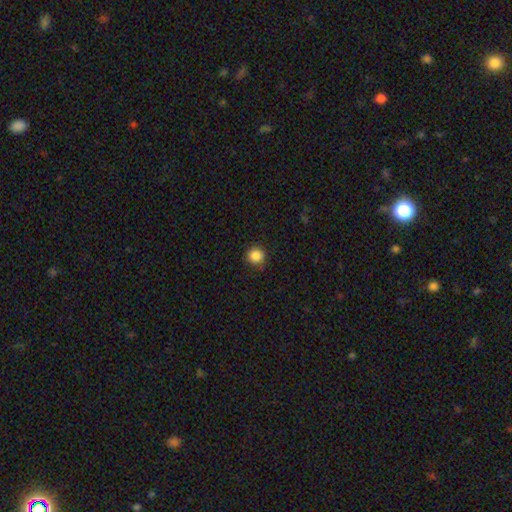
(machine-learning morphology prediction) Smooth or featured?
  - smooth: 86% *
  - star or artifact: 10%
  - featured or disk: 3%
How rounded?
  - round: 92% *
  - in between: 7%
  - cigar-shaped: 1%
Merging?
  - none: 87% *
  - minor disturbance: 10%
  - major disturbance: 2%
  - merger: 1%